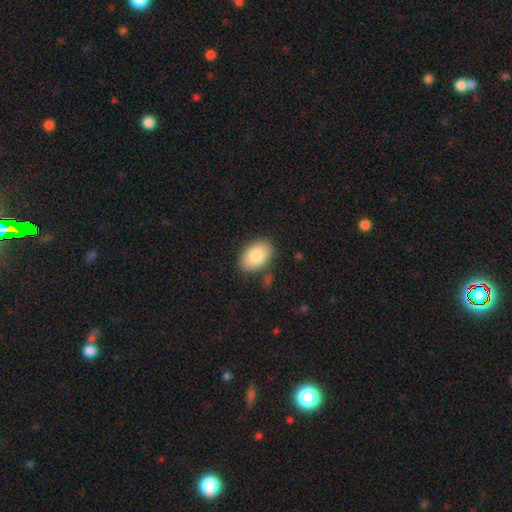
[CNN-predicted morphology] This is clearly a smooth galaxy (84%). How rounded: clearly in between (89%). Merging: clearly none (81%).